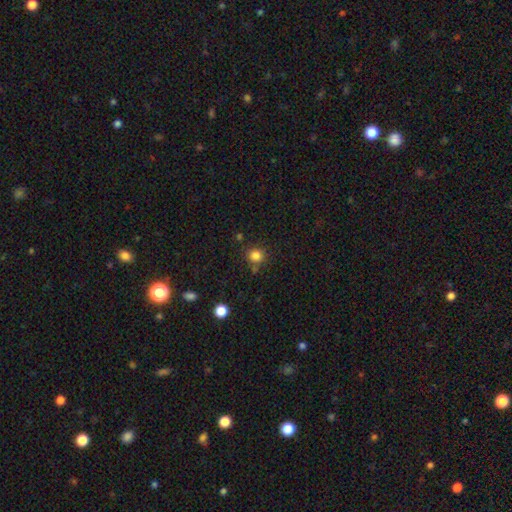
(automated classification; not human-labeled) Smooth or featured? smooth (82%)
How rounded? round (85%)
Merging? none (77%)